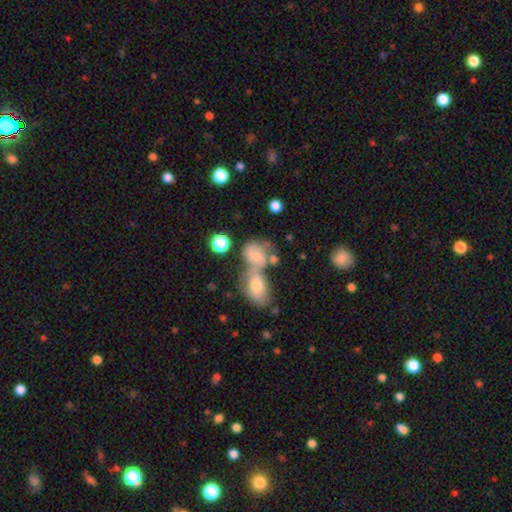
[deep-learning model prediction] Morphology: type=smooth (65%); roundness=in between (64%); merging=merger (63%).